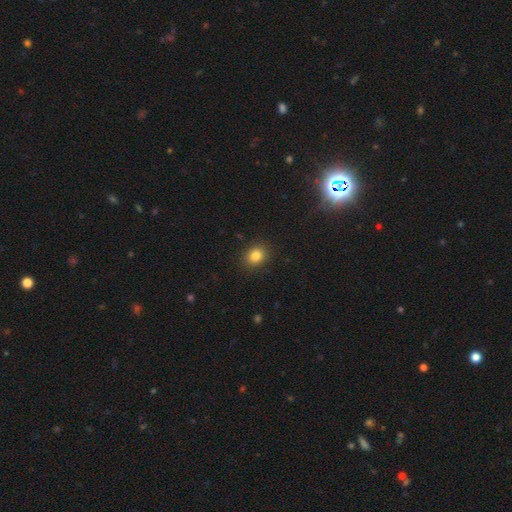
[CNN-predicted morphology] A smooth galaxy with no disk features (83%) that is round (58%).

Vote fractions:
- Smooth or featured? smooth: 83% / star or artifact: 11% / featured or disk: 6%
- How rounded? round: 58% / in between: 41% / cigar-shaped: 1%
- Merging? none: 89% / minor disturbance: 8% / major disturbance: 2% / merger: 1%